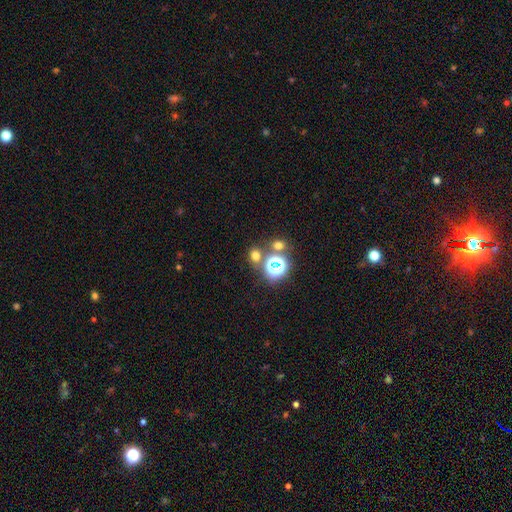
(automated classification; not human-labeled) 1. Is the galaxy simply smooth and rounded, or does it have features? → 59% smooth, 33% star or artifact, 7% featured or disk.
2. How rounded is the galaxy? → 74% round, 25% in between, 1% cigar-shaped.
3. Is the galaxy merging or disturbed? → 68% none, 20% merger, 8% minor disturbance, 4% major disturbance.